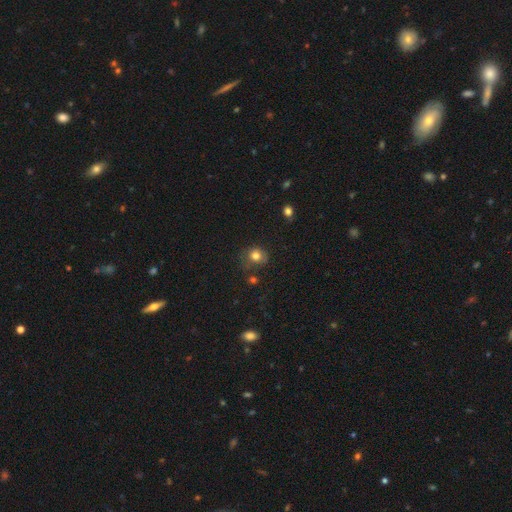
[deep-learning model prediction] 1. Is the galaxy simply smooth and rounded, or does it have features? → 78% smooth, 12% star or artifact, 10% featured or disk.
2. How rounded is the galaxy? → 72% round, 27% in between, 1% cigar-shaped.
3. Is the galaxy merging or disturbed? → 64% none, 23% minor disturbance, 8% major disturbance, 5% merger.